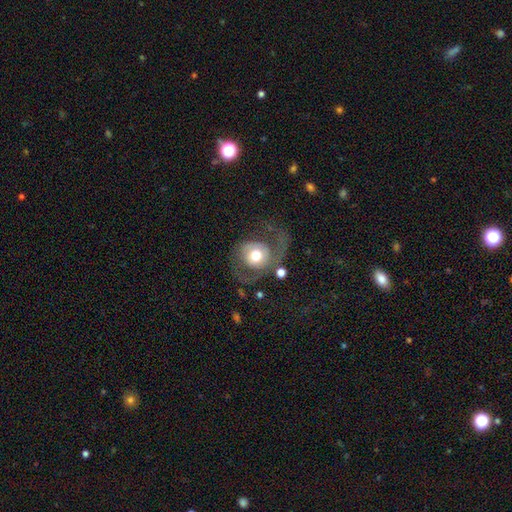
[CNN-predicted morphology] Q: Smooth or featured?
A: featured or disk (60%); runner-up: smooth (33%)
Q: Edge-on disk?
A: no (97%); runner-up: yes (3%)
Q: Bar?
A: no (78%); runner-up: weak (18%)
Q: Spiral arms?
A: yes (78%); runner-up: no (22%)
Q: Bulge size?
A: moderate (60%); runner-up: large (29%)
Q: Merging?
A: none (41%); runner-up: major disturbance (38%)